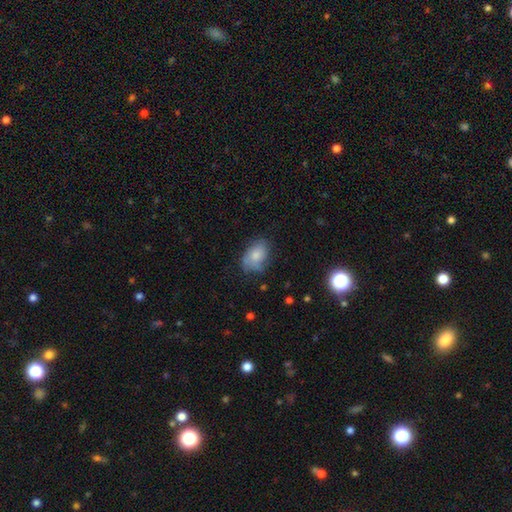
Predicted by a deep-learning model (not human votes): Smooth or featured? smooth (73%)
How rounded? in between (83%)
Merging? none (57%)